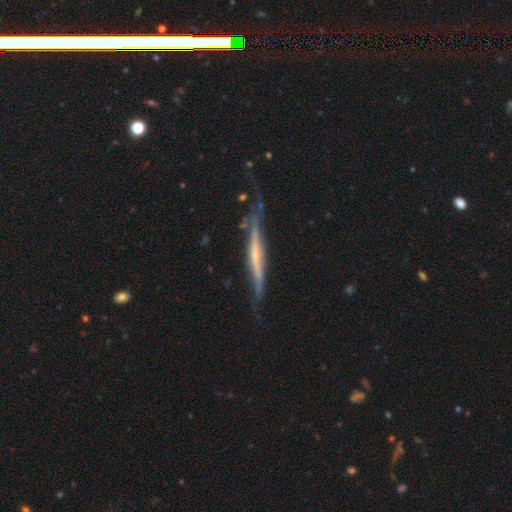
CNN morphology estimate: A featured or disk galaxy (74%) viewed edge-on (89%) with no central bulge (56%).

Vote fractions:
- Smooth or featured? featured or disk: 74% / smooth: 20% / star or artifact: 6%
- Edge-on disk? yes: 89% / no: 11%
- Edge-on bulge? none: 56% / rounded: 33% / boxy: 11%
- Merging? none: 56% / minor disturbance: 28% / major disturbance: 13% / merger: 3%